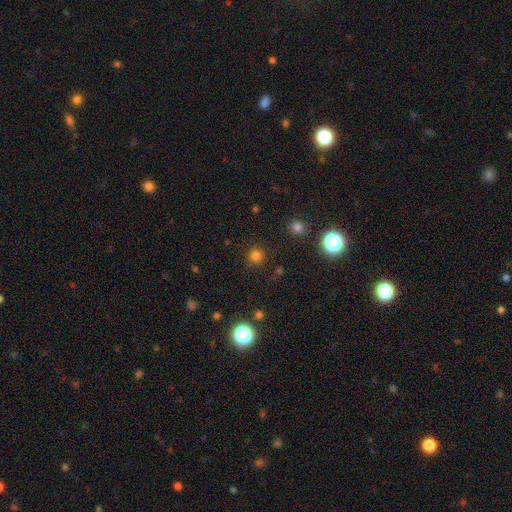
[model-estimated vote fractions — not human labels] smooth-or-featured: smooth: 75% | star or artifact: 21% | featured or disk: 5%
  how-rounded: round: 94% | in between: 5% | cigar-shaped: 1%
  merging: none: 87% | minor disturbance: 7% | major disturbance: 3% | merger: 2%